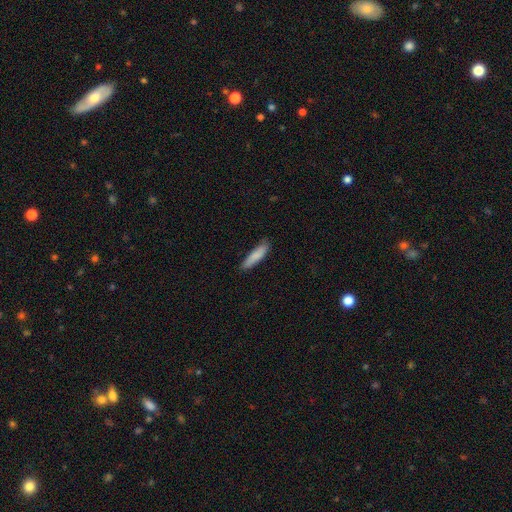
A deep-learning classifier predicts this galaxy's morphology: Smooth or featured: smooth — 85% (featured or disk — 9%)
How rounded: cigar-shaped — 77% (in between — 22%)
Merging: none — 82% (minor disturbance — 15%)